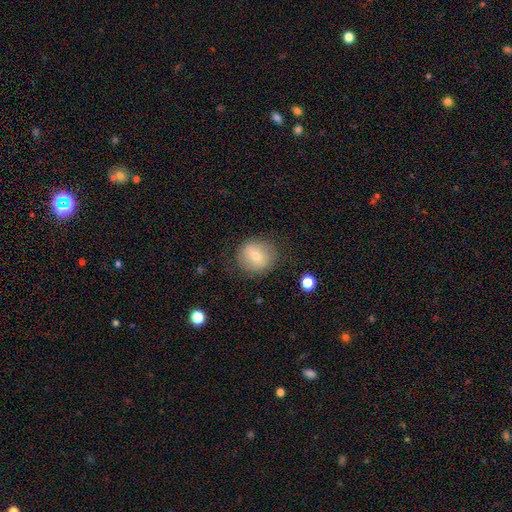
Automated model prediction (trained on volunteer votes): smooth_or_featured: smooth (p=0.68) [alt: featured or disk p=0.23]
how_rounded: round (p=0.86) [alt: in between p=0.13]
merging: none (p=0.79) [alt: minor disturbance p=0.14]